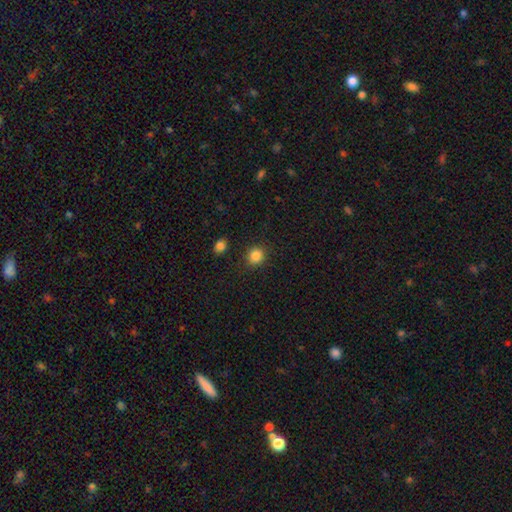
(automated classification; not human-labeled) This is clearly a smooth galaxy (85%). How rounded: clearly round (84%). Merging: clearly none (87%).